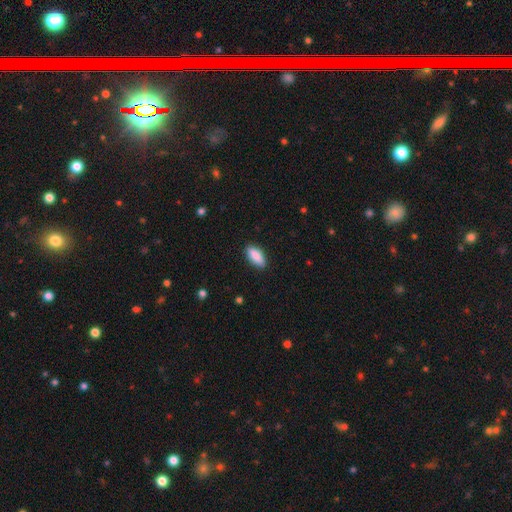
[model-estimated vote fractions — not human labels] This is clearly a smooth galaxy (89%). How rounded: clearly in between (87%). Merging: clearly none (88%).